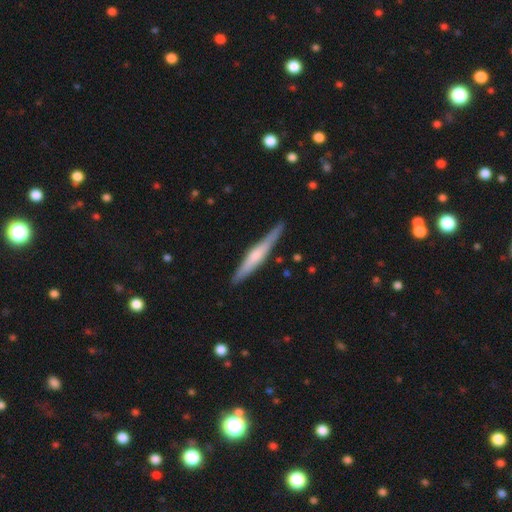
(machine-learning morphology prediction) Smooth or featured?
  - featured or disk: 58% *
  - smooth: 37%
  - star or artifact: 5%
Edge-on disk?
  - yes: 97% *
  - no: 3%
Edge-on bulge?
  - rounded: 56% *
  - none: 22%
  - boxy: 22%
Merging?
  - none: 87% *
  - minor disturbance: 10%
  - major disturbance: 2%
  - merger: 1%